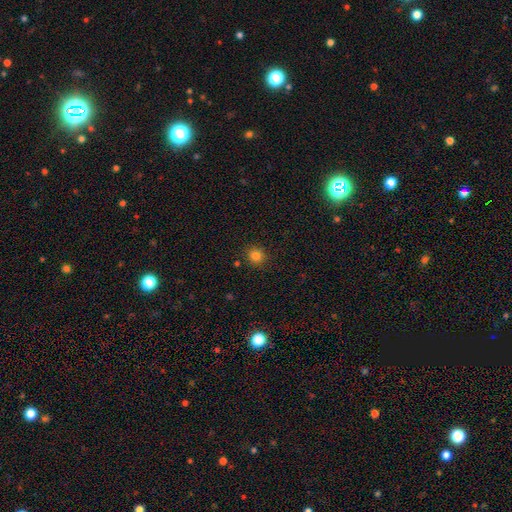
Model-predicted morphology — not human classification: A smooth galaxy with no disk features (81%) that is round (91%).

Vote fractions:
- Smooth or featured? smooth: 81% / star or artifact: 14% / featured or disk: 5%
- How rounded? round: 91% / in between: 8% / cigar-shaped: 1%
- Merging? none: 89% / minor disturbance: 7% / major disturbance: 2% / merger: 2%